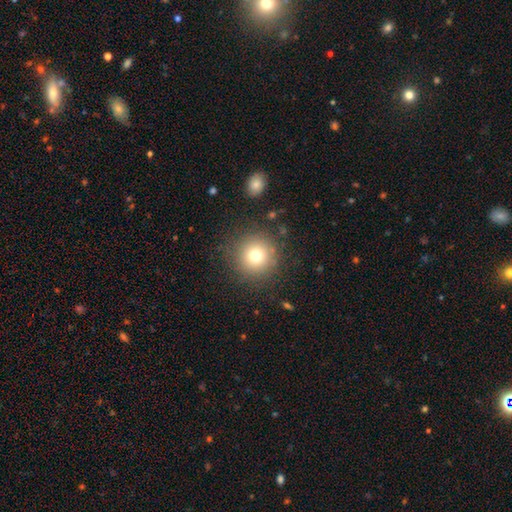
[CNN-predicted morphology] smooth 74%, star or artifact 14%, featured or disk 12%. Down the decision tree: how rounded — round (95%); merging — none (86%).